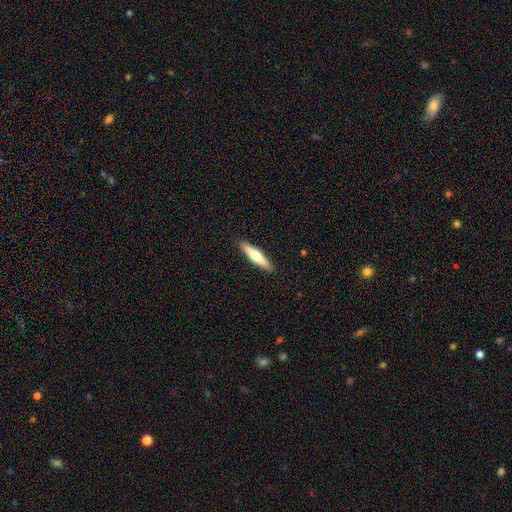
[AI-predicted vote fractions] A smooth galaxy with no disk features (52%) that is cigar-shaped (84%). Merging: none (91%).